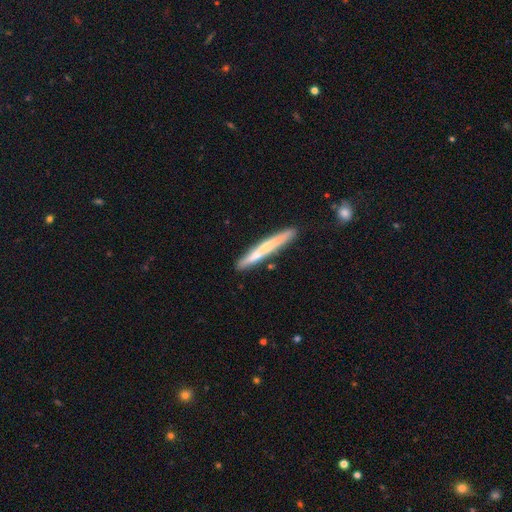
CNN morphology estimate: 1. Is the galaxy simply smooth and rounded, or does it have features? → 50% smooth, 44% featured or disk, 6% star or artifact.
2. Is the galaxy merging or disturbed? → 79% none, 12% minor disturbance, 6% merger, 3% major disturbance.